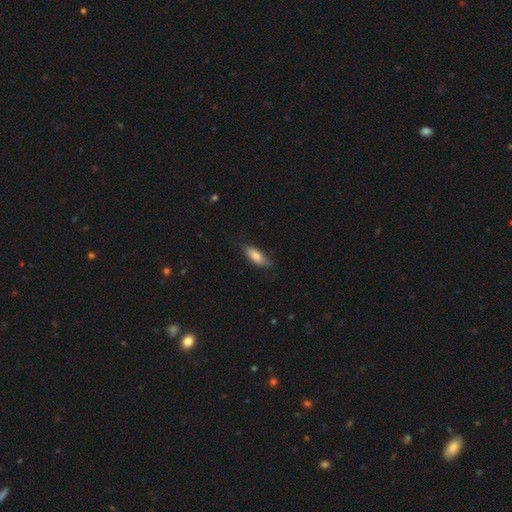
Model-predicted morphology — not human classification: A smooth galaxy with no disk features (76%) that is in between round and cigar-shaped (69%). Merging: none (74%).